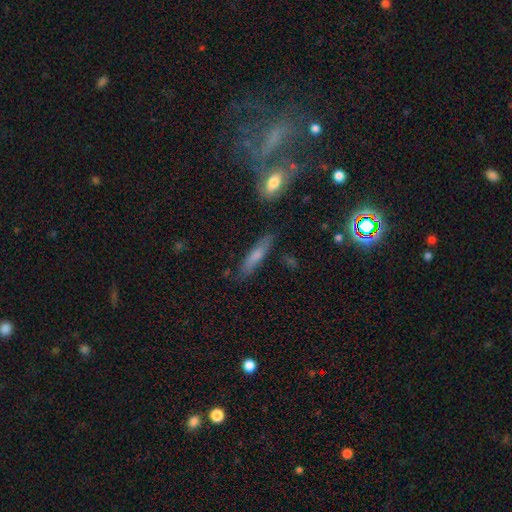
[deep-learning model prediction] smooth_or_featured: smooth (p=0.64) [alt: featured or disk p=0.27]
how_rounded: cigar-shaped (p=0.79) [alt: in between p=0.19]
merging: none (p=0.79) [alt: minor disturbance p=0.14]